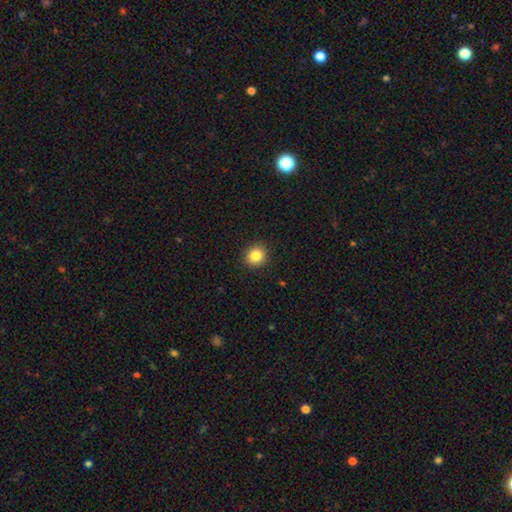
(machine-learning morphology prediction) Smooth or featured? Predicted: smooth (p=0.85). How rounded? Predicted: round (p=0.87). Merging? Predicted: none (p=0.92).